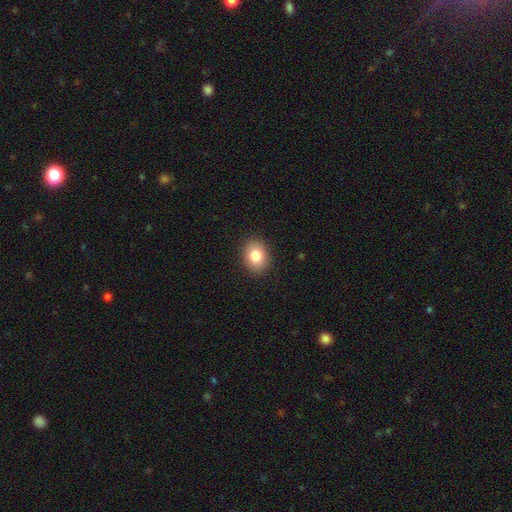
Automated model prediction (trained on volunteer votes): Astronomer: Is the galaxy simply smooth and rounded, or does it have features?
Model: smooth — 83%.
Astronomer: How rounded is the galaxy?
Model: in between — 54% (runner-up: round, 45%).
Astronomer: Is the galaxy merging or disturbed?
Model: none — 89%.